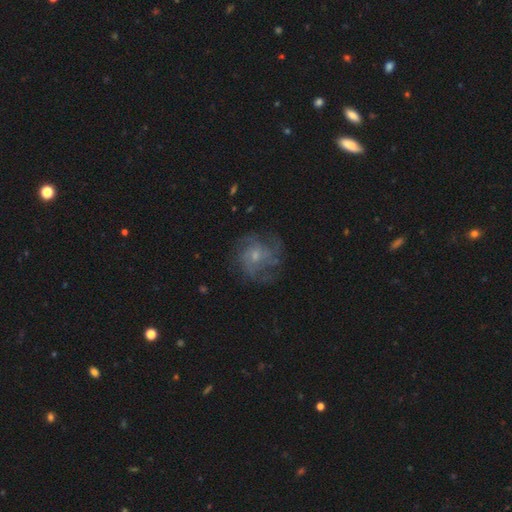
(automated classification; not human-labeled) Q: Smooth or featured?
A: featured or disk (72%); runner-up: smooth (17%)
Q: Edge-on disk?
A: no (98%); runner-up: yes (2%)
Q: Bar?
A: no (73%); runner-up: weak (24%)
Q: Spiral arms?
A: yes (88%); runner-up: no (12%)
Q: Spiral winding?
A: medium (44%); runner-up: tight (37%)
Q: Spiral arm count?
A: can't tell (32%); runner-up: 4 (26%)
Q: Bulge size?
A: small (60%); runner-up: moderate (32%)
Q: Merging?
A: none (69%); runner-up: minor disturbance (17%)